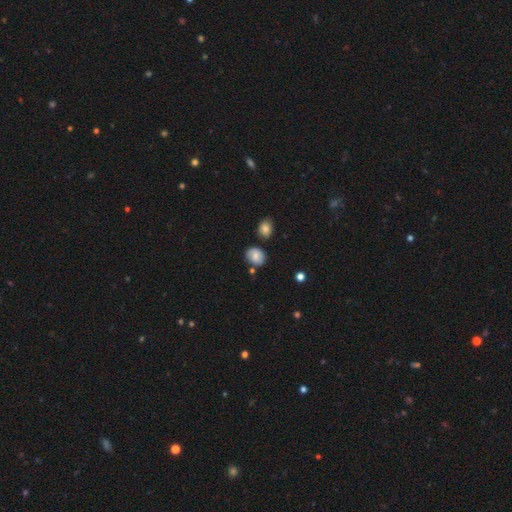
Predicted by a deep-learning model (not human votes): The model was most divided on "how rounded": in between: 50%, round: 49%, cigar-shaped: 1%. More confident: smooth or featured — smooth (76%); merging — none (74%).